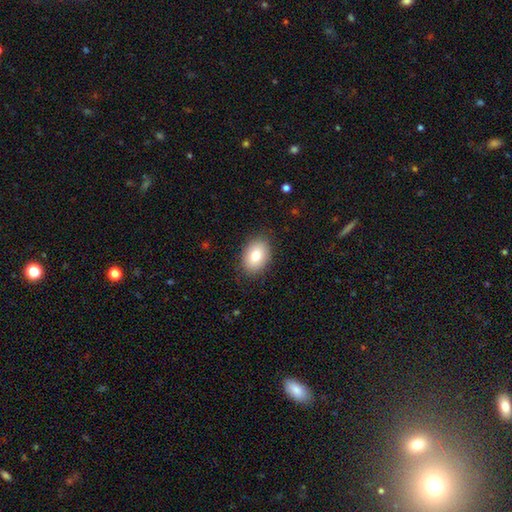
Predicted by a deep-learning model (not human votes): This is clearly a smooth galaxy (81%). How rounded: clearly in between (83%). Merging: clearly none (85%).